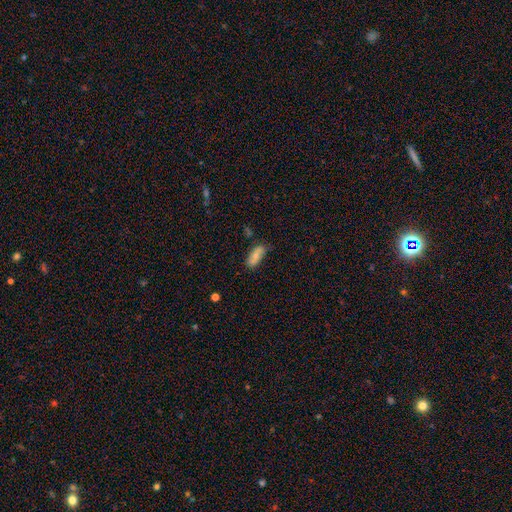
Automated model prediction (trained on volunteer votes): This is likely a smooth galaxy (73%). How rounded: clearly in between (84%). Merging: likely none (69%).